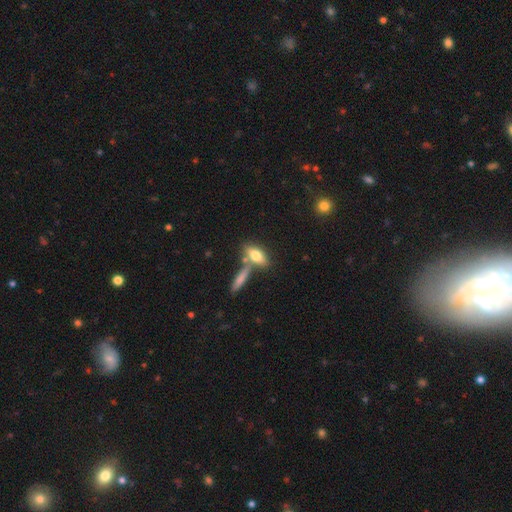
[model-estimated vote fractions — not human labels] This appears to be a smooth galaxy with no disk features (74%) that is in between round and cigar-shaped (76%). Merging: none (54%).